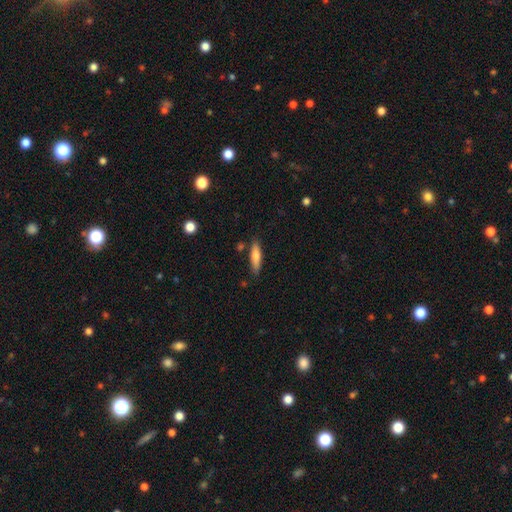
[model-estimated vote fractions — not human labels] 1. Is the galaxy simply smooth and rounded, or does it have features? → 71% smooth, 23% featured or disk, 6% star or artifact.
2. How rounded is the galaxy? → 72% cigar-shaped, 26% in between, 2% round.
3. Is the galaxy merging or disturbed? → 82% none, 12% minor disturbance, 3% merger, 2% major disturbance.